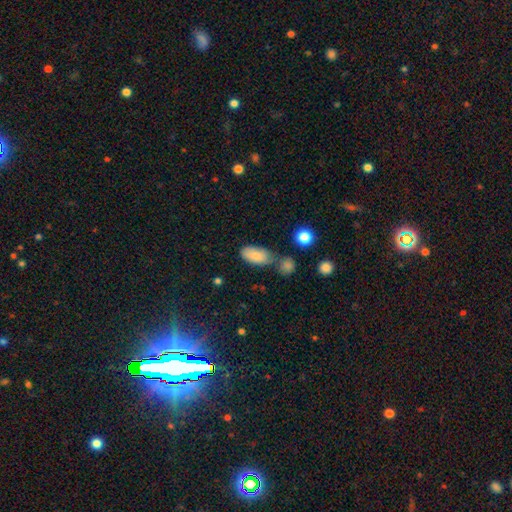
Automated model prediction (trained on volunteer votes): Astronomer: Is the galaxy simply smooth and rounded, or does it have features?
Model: smooth — 82%.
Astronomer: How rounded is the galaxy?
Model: in between — 92%.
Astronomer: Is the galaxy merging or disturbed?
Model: none — 56%.